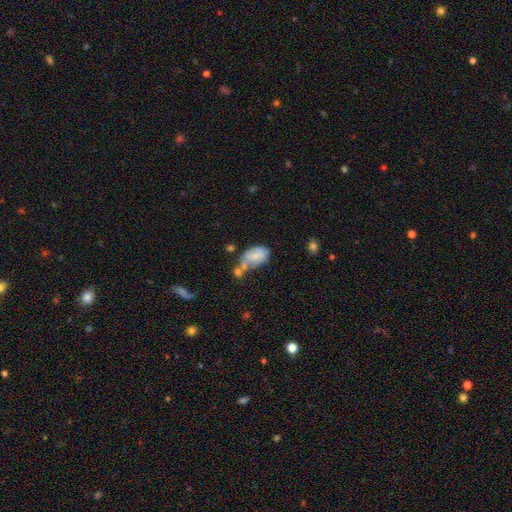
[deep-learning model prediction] The model was most divided on "merging": merger: 33%, minor disturbance: 25%, none: 24%, major disturbance: 17%. More confident: how rounded — in between (88%); smooth or featured — smooth (68%).